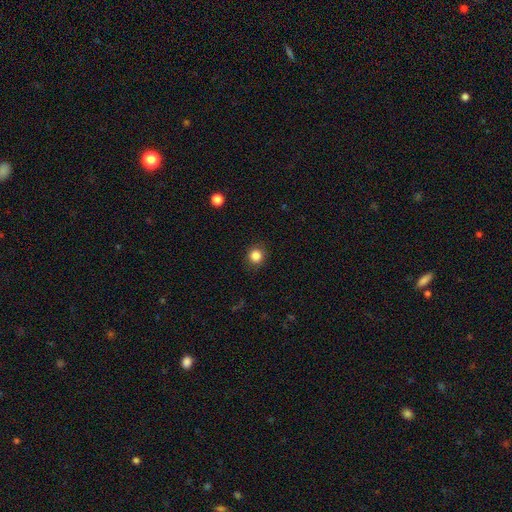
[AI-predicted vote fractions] Morphology: type=smooth (85%); roundness=round (89%); merging=none (89%).